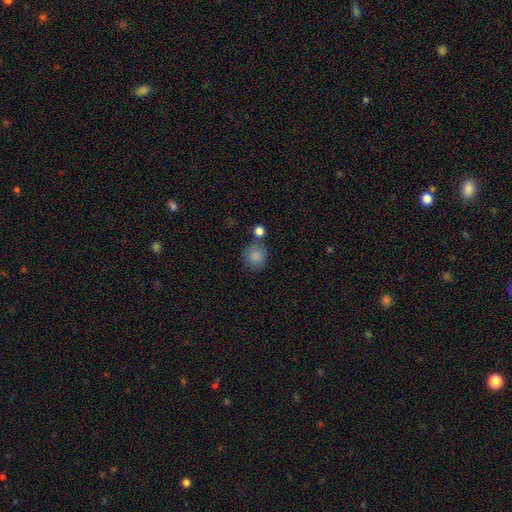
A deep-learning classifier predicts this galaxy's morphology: Smooth or featured: smooth — 86% (star or artifact — 9%)
How rounded: round — 87% (in between — 12%)
Merging: none — 70% (merger — 14%)